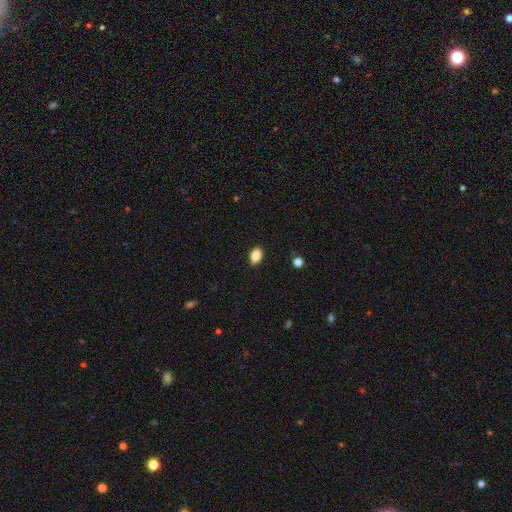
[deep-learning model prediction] Overall: smooth (84%). How rounded: in between (89%). Merging: none (89%).